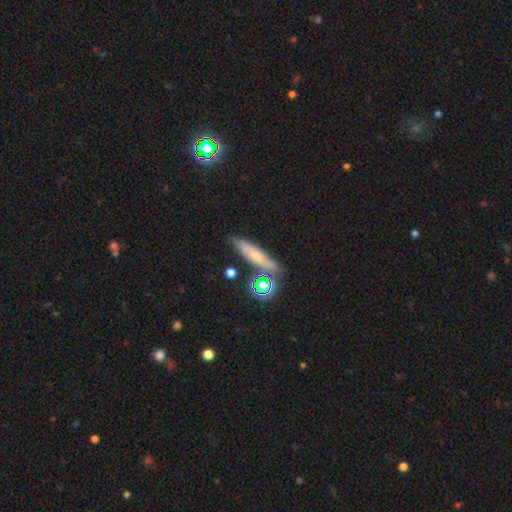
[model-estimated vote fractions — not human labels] A smooth galaxy with no disk features (55%) that is cigar-shaped (69%). Merging: none (76%).